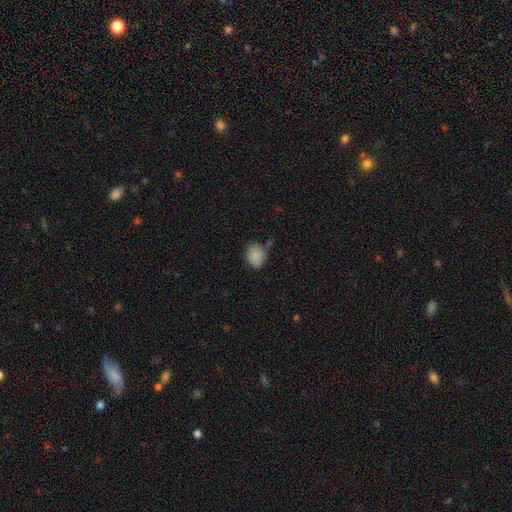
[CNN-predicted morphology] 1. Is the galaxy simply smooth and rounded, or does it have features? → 86% smooth, 8% star or artifact, 6% featured or disk.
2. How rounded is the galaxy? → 56% in between, 43% round, 1% cigar-shaped.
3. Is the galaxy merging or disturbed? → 65% none, 23% minor disturbance, 7% merger, 5% major disturbance.